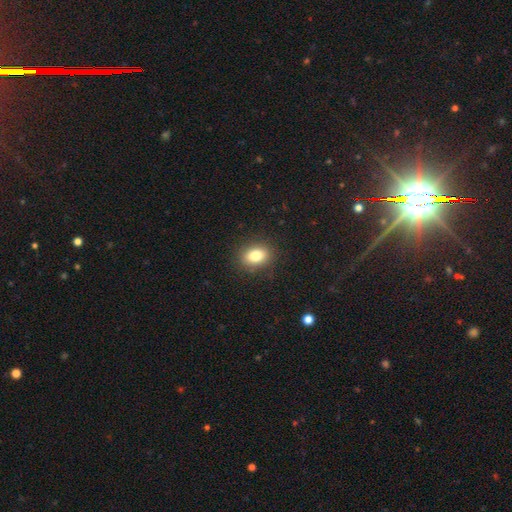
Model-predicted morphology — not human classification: The model was most divided on "how rounded": in between: 64%, round: 35%, cigar-shaped: 1%. More confident: merging — none (89%); smooth or featured — smooth (82%).